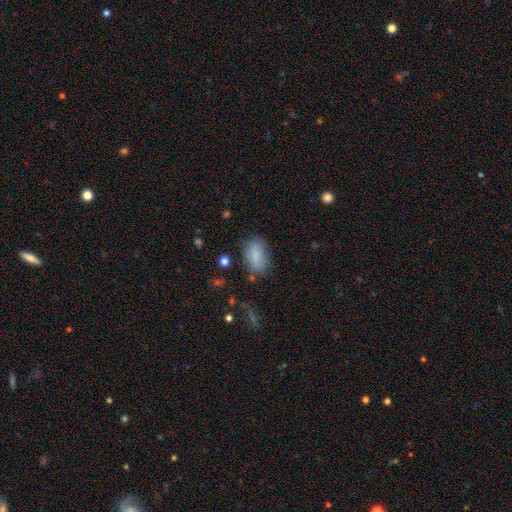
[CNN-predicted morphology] type=smooth (83%); roundness=in between (90%); merging=none (75%).